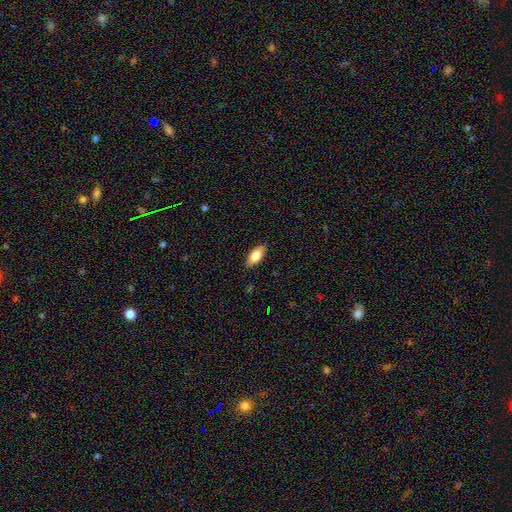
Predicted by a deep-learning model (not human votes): This appears to be a smooth galaxy with no disk features (81%) that is in between round and cigar-shaped (86%). Merging: none (87%).